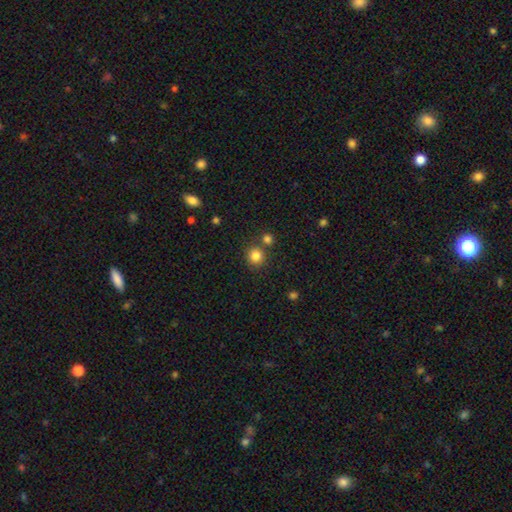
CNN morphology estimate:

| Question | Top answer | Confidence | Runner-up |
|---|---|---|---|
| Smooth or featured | smooth | 83% | star or artifact (12%) |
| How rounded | round | 90% | in between (9%) |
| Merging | none | 74% | merger (15%) |